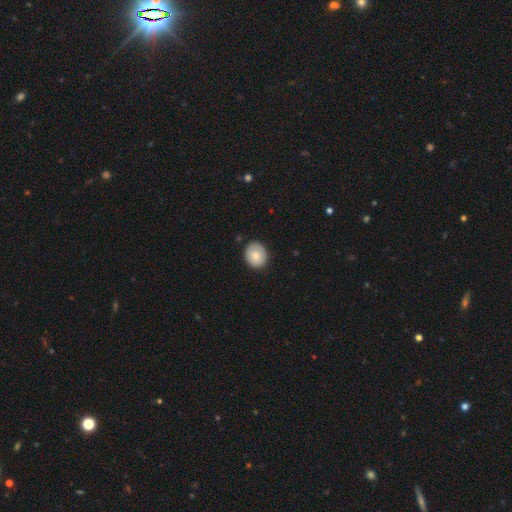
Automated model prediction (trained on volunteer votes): smooth 80%, featured or disk 12%, star or artifact 7%. Down the decision tree: how rounded — round (67%); merging — none (85%).